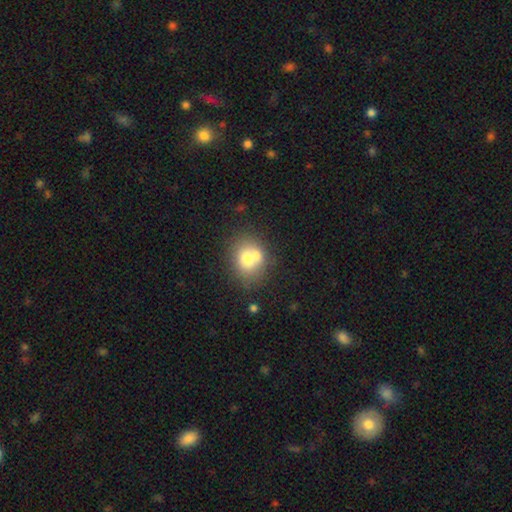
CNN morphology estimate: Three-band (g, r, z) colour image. It shows a smooth galaxy with no disk features (68%) that is round (67%). Merging: none (43%, tied with merger).